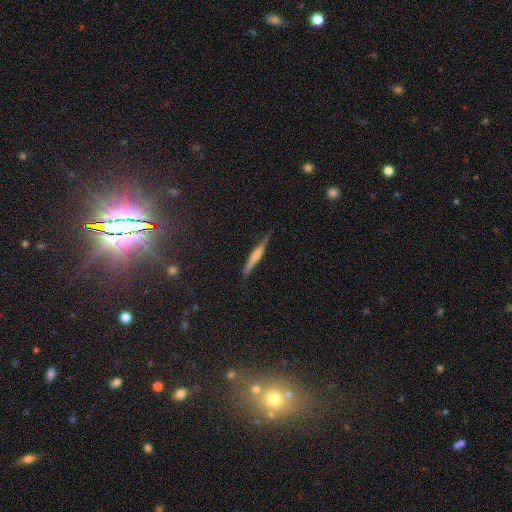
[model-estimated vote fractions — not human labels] Q: Smooth or featured?
A: featured or disk (49%); runner-up: smooth (43%)
Q: Merging?
A: none (83%); runner-up: minor disturbance (13%)